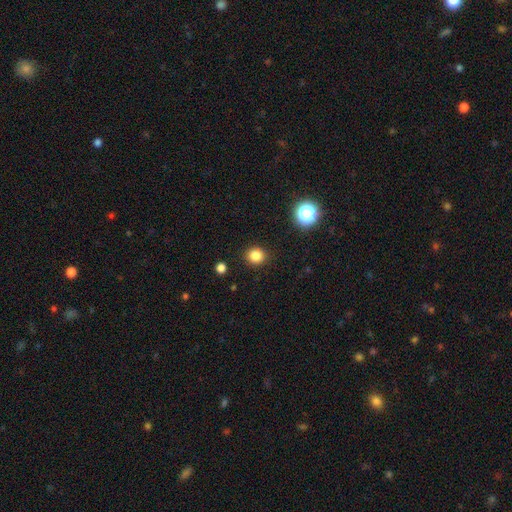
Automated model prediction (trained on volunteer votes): This is clearly a smooth galaxy (83%). How rounded: clearly round (84%). Merging: clearly none (90%).